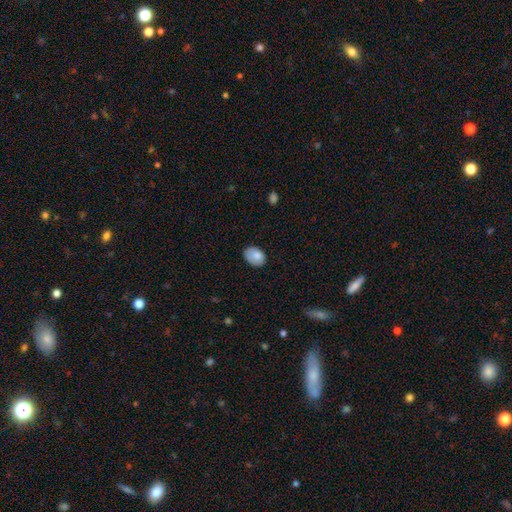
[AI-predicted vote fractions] Smooth or featured? smooth (83%)
How rounded? in between (80%)
Merging? none (70%)